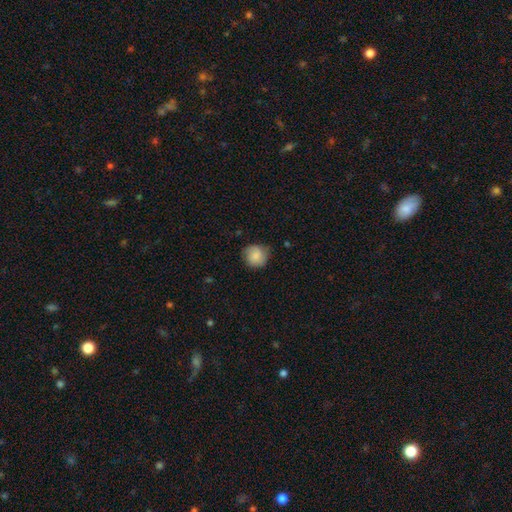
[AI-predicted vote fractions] smooth 83%, featured or disk 10%, star or artifact 7%. Down the decision tree: how rounded — round (88%); merging — none (73%).